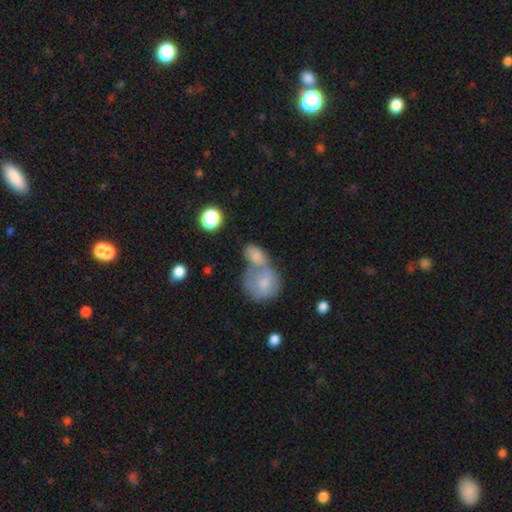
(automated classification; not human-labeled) Smooth or featured? Predicted: smooth (p=0.74). How rounded? Predicted: in between (p=0.62). Merging? Predicted: merger (p=0.66).